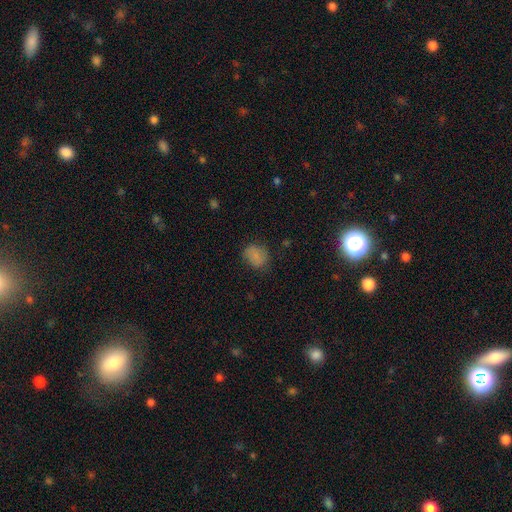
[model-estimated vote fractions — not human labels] smooth_or_featured: smooth (p=0.80) [alt: star or artifact p=0.11]
how_rounded: round (p=0.50) [alt: in between p=0.49]
merging: none (p=0.74) [alt: minor disturbance p=0.19]